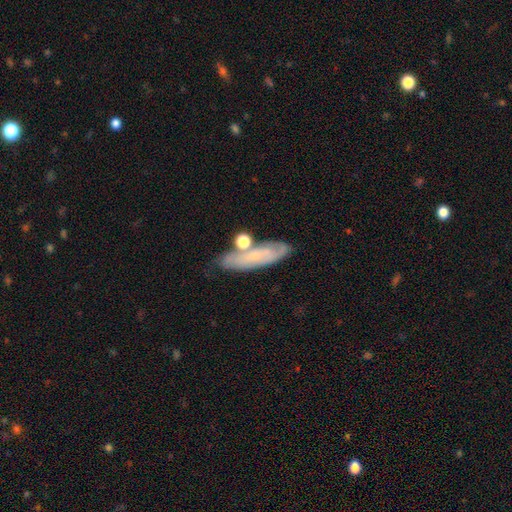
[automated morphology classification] smooth_or_featured: smooth (p=0.47) [alt: featured or disk p=0.43]
merging: none (p=0.61) [alt: minor disturbance p=0.19]